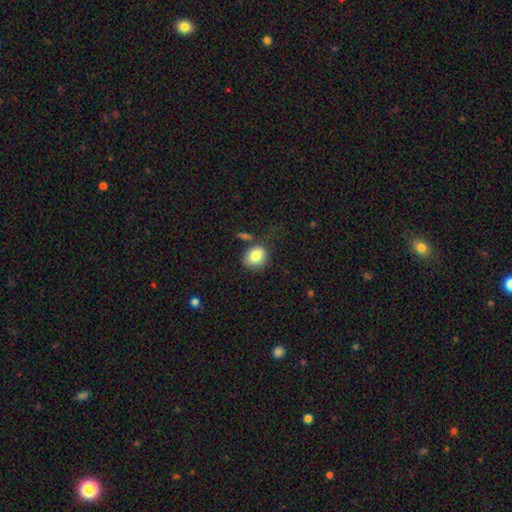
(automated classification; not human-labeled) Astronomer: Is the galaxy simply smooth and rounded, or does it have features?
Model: smooth — 82%.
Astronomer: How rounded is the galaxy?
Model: round — 58% (runner-up: in between, 41%).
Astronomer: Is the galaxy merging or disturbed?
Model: none — 64%.